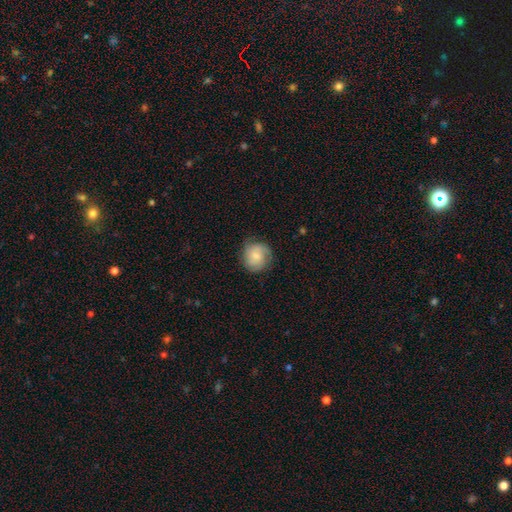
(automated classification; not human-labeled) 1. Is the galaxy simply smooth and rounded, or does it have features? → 59% smooth, 33% featured or disk, 7% star or artifact.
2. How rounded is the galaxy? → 84% round, 15% in between, 1% cigar-shaped.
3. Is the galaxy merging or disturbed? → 71% none, 22% minor disturbance, 6% major disturbance, 1% merger.